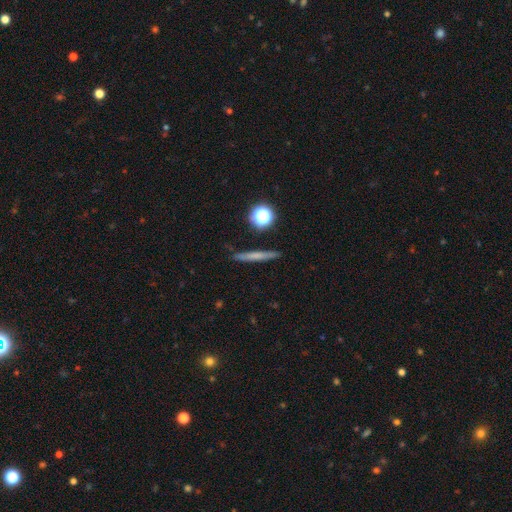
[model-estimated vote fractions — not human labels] Smooth or featured? smooth (54%)
How rounded? cigar-shaped (89%)
Merging? none (88%)